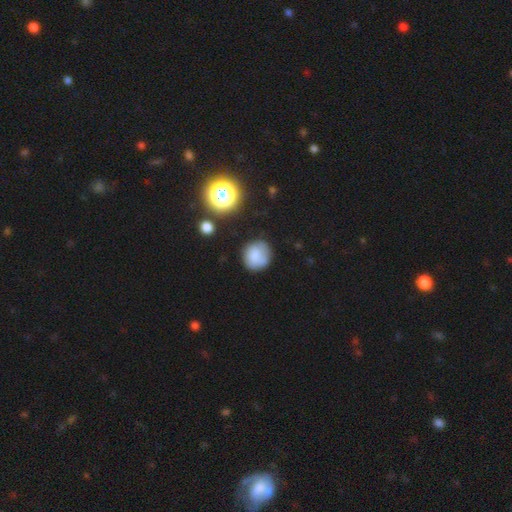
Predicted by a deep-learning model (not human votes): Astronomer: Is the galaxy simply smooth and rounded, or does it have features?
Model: smooth — 70%.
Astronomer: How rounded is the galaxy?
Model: round — 83%.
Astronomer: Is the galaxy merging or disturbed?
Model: none — 67%.